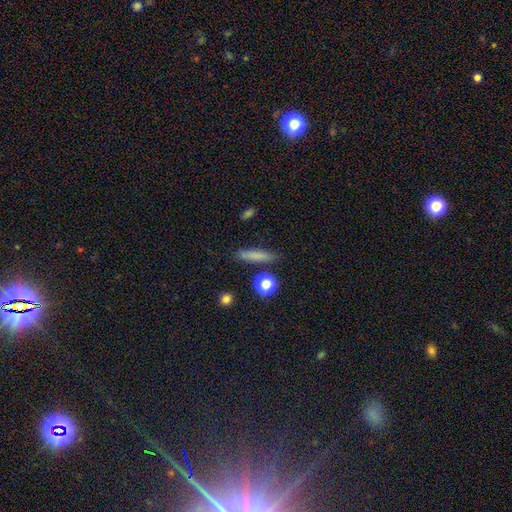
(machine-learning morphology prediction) A smooth galaxy with no disk features (76%) that is cigar-shaped (80%). Merging: none (83%).